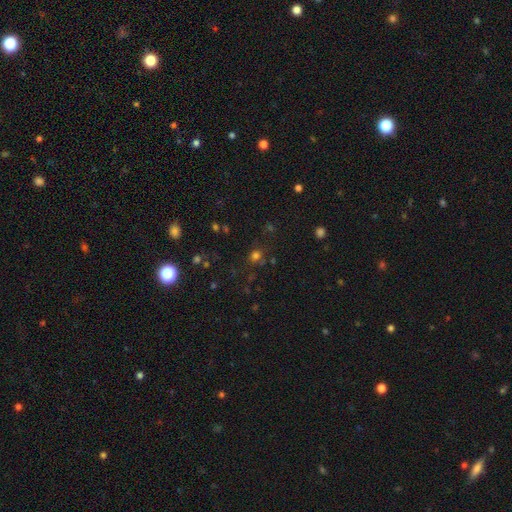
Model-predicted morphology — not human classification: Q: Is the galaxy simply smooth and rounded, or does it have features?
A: smooth — 68%.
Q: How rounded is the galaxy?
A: round — 81%.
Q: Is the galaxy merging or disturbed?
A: none — 75%.